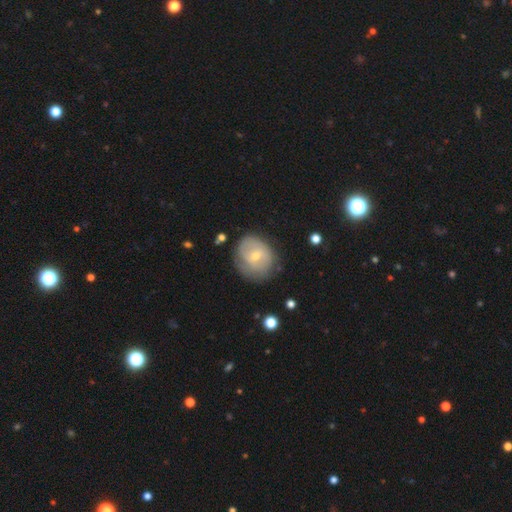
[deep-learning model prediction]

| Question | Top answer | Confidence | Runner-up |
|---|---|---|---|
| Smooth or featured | featured or disk | 53% | smooth (41%) |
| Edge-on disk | no | 96% | yes (4%) |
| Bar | no | 56% | weak (37%) |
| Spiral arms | yes | 66% | no (34%) |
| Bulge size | small | 57% | moderate (40%) |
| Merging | none | 66% | minor disturbance (23%) |